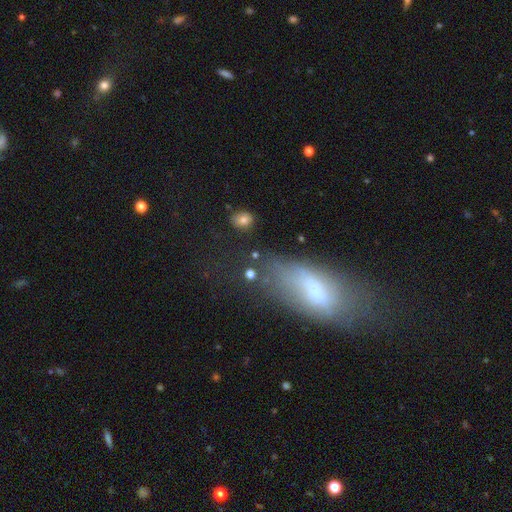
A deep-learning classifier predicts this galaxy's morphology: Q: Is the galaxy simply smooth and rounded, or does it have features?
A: smooth — 56%.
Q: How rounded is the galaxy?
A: in between — 63%.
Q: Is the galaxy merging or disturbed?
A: none — 49%.